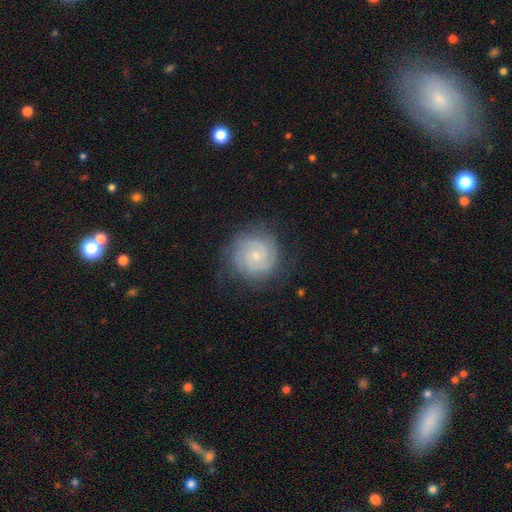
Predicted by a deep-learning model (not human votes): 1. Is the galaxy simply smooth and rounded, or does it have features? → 74% featured or disk, 19% smooth, 7% star or artifact.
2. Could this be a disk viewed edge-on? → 98% no, 2% yes.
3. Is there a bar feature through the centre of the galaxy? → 73% no, 23% weak, 4% strong.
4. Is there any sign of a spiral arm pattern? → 94% yes, 6% no.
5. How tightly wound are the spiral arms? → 72% tight, 23% medium, 5% loose.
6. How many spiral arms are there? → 46% 2, 25% can't tell, 15% 3, 5% 4, 4% 1, 4% more than 4.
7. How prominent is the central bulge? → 76% small, 18% moderate, 3% none, 1% large, 1% dominant.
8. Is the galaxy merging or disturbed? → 78% none, 15% minor disturbance, 6% major disturbance, 1% merger.